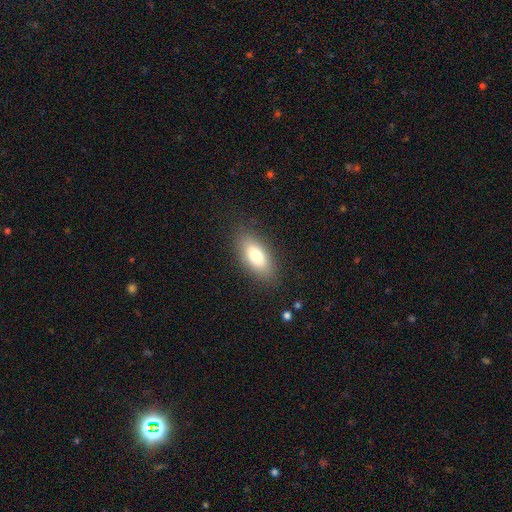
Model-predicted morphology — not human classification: smooth 80%, featured or disk 13%, star or artifact 8%. Down the decision tree: how rounded — in between (85%); merging — none (84%).